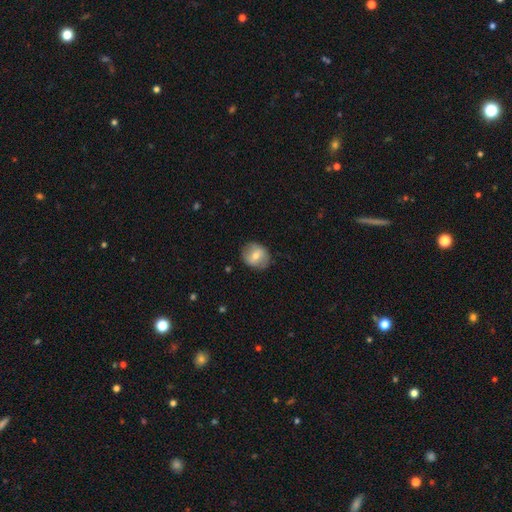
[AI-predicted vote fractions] Q: Smooth or featured?
A: smooth (58%); runner-up: featured or disk (34%)
Q: How rounded?
A: round (71%); runner-up: in between (28%)
Q: Merging?
A: none (83%); runner-up: minor disturbance (13%)